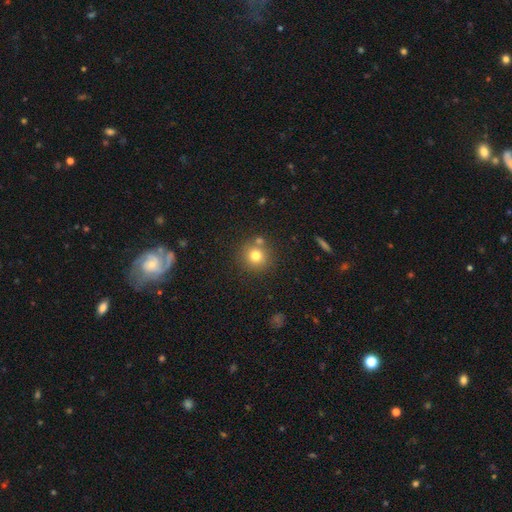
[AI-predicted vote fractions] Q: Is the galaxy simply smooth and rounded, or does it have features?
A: smooth — 77%.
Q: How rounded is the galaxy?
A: round — 91%.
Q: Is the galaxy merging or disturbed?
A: none — 75%.